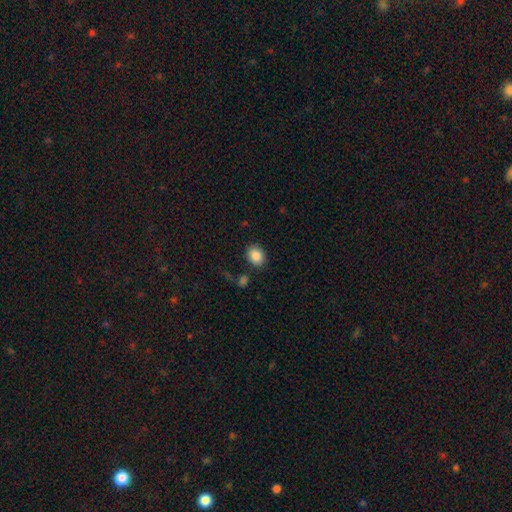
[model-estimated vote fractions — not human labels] smooth 87%, star or artifact 8%, featured or disk 5%. Down the decision tree: how rounded — round (53%); merging — none (84%).